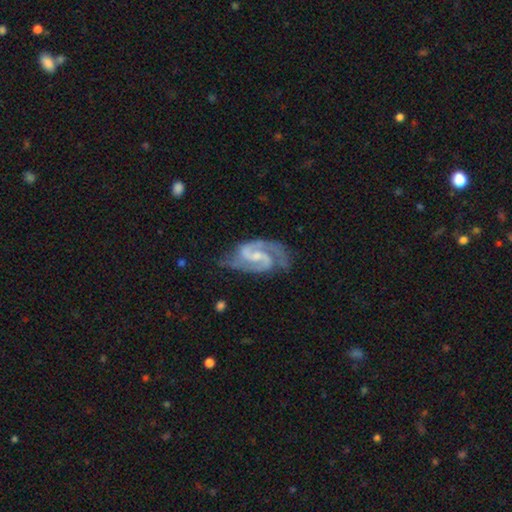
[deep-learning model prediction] Smooth or featured? featured or disk (93%)
Edge-on disk? no (98%)
Bar? weak (51%)
Spiral arms? yes (98%)
Spiral winding? medium (62%)
Spiral arm count? 2 (93%)
Bulge size? small (55%)
Merging? none (71%)